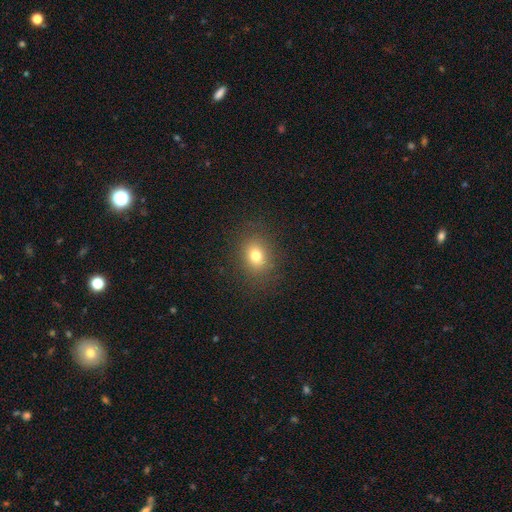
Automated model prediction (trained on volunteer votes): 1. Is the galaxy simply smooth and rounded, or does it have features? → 75% smooth, 15% star or artifact, 10% featured or disk.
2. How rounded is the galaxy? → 51% round, 48% in between, 1% cigar-shaped.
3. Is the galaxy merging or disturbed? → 86% none, 9% minor disturbance, 4% major disturbance, 1% merger.